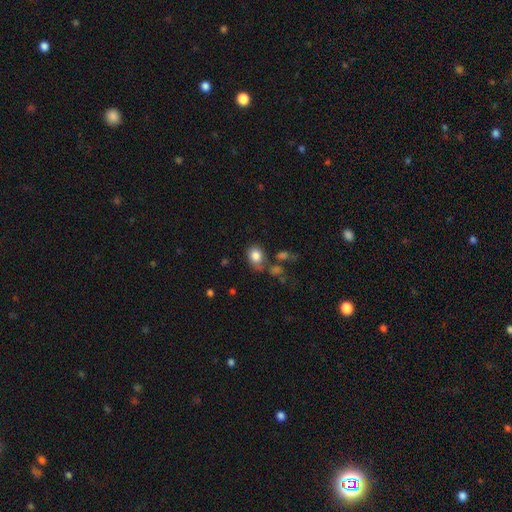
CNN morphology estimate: The model was most divided on "how rounded": in between: 50%, round: 49%, cigar-shaped: 1%. More confident: smooth or featured — smooth (82%); merging — none (57%).